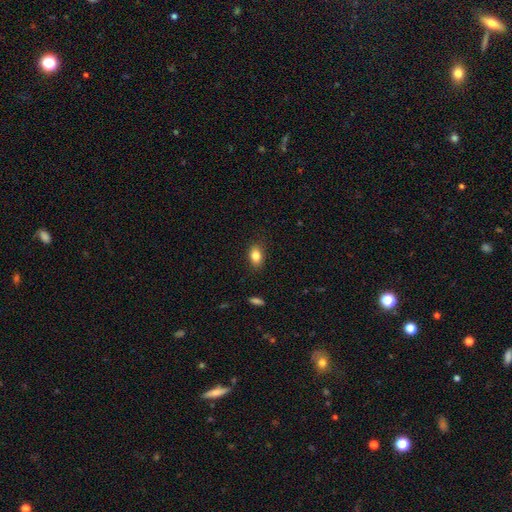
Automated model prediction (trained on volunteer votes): smooth-or-featured: smooth: 84% | star or artifact: 9% | featured or disk: 7%
  how-rounded: in between: 84% | round: 13% | cigar-shaped: 2%
  merging: none: 85% | minor disturbance: 11% | major disturbance: 3% | merger: 1%